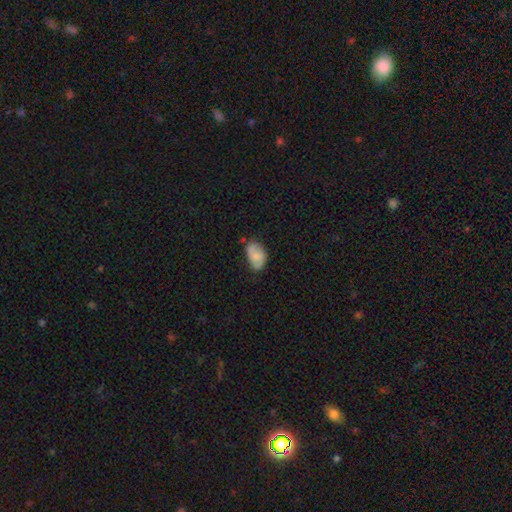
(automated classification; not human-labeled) Smooth or featured?
  - smooth: 72% *
  - featured or disk: 21%
  - star or artifact: 8%
How rounded?
  - in between: 90% *
  - round: 8%
  - cigar-shaped: 1%
Merging?
  - none: 57% *
  - minor disturbance: 32%
  - major disturbance: 7%
  - merger: 5%